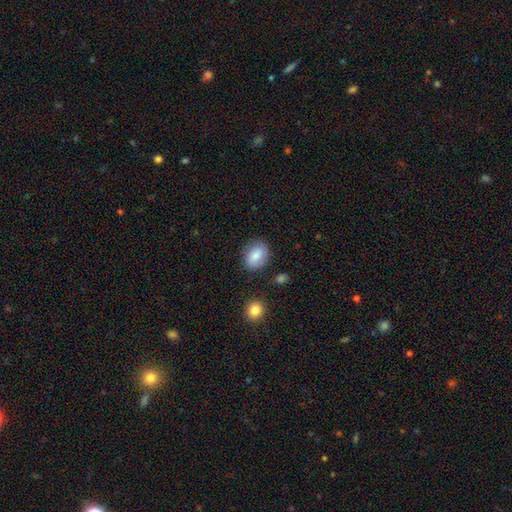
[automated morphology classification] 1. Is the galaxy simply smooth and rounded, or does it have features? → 82% smooth, 11% featured or disk, 7% star or artifact.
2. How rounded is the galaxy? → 71% in between, 27% round, 1% cigar-shaped.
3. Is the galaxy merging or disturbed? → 81% none, 13% minor disturbance, 3% major disturbance, 2% merger.